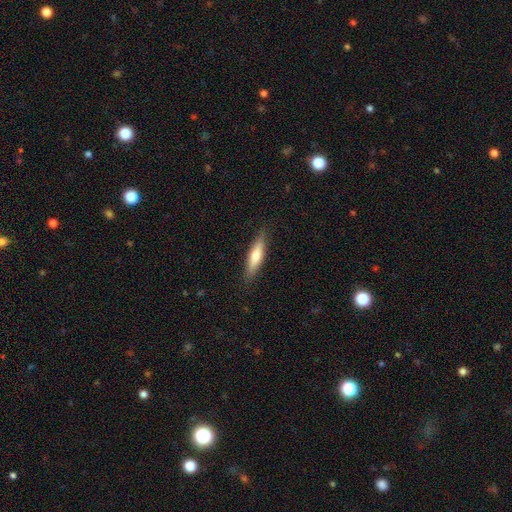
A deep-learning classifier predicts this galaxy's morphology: Smooth or featured? smooth (66%)
How rounded? cigar-shaped (75%)
Merging? none (87%)